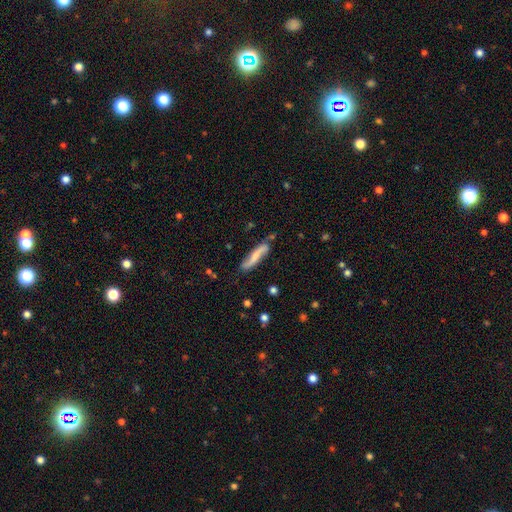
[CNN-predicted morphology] Smooth or featured? Predicted: featured or disk (p=0.56). Edge-on disk? Predicted: no (p=0.71). Merging? Predicted: none (p=0.71).